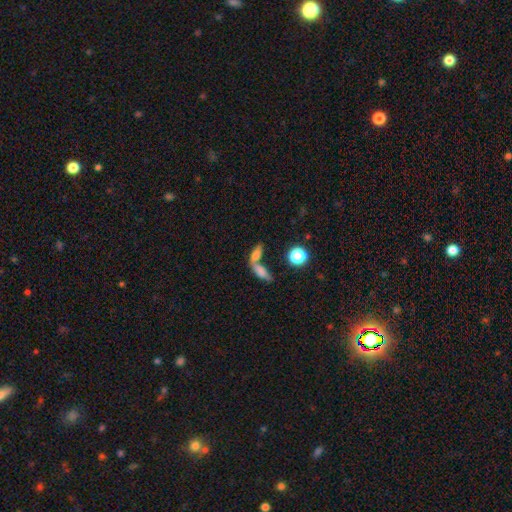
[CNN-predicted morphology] The model was most divided on "merging": merger: 60%, none: 27%, minor disturbance: 8%, major disturbance: 6%. More confident: smooth or featured — smooth (68%); how rounded — in between (64%).